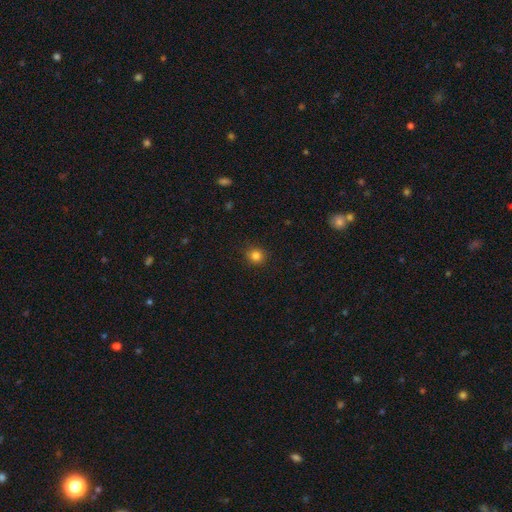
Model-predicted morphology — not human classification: smooth-or-featured: smooth: 83% | star or artifact: 13% | featured or disk: 4%
  how-rounded: round: 87% | in between: 12% | cigar-shaped: 1%
  merging: none: 89% | minor disturbance: 8% | major disturbance: 2% | merger: 1%